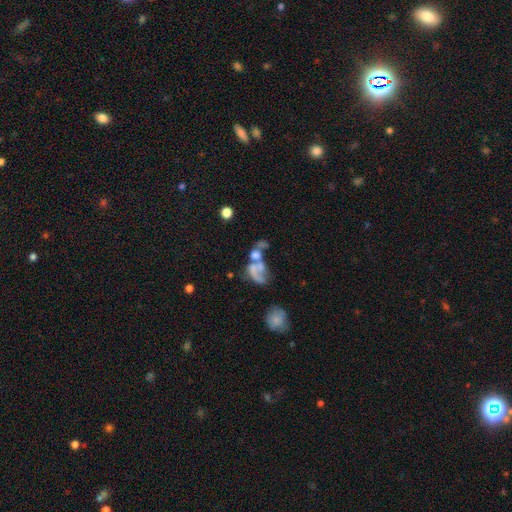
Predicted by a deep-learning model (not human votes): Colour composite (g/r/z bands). It shows a star or artifact, not a galaxy (38%).